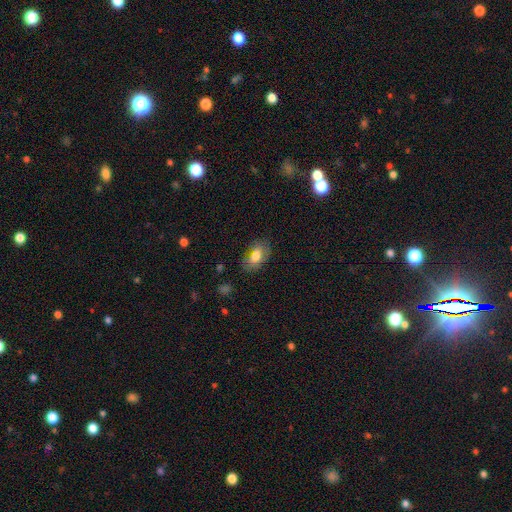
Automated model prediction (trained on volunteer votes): Smooth or featured: smooth — 72% (featured or disk — 20%)
How rounded: in between — 90% (round — 7%)
Merging: none — 75% (minor disturbance — 18%)